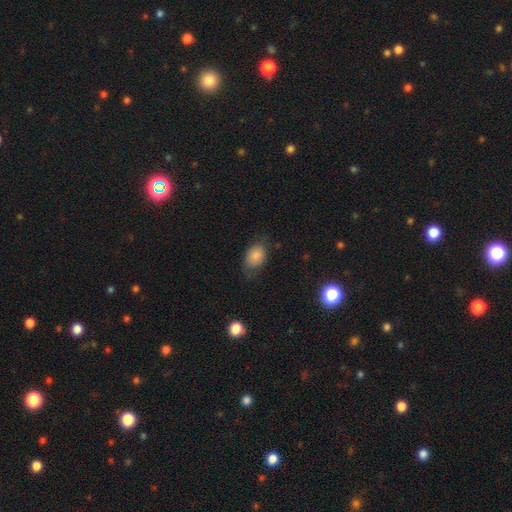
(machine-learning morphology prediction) Smooth or featured?
  - smooth: 81% *
  - featured or disk: 11%
  - star or artifact: 9%
How rounded?
  - in between: 81% *
  - round: 17%
  - cigar-shaped: 1%
Merging?
  - none: 58% *
  - minor disturbance: 30%
  - major disturbance: 10%
  - merger: 2%